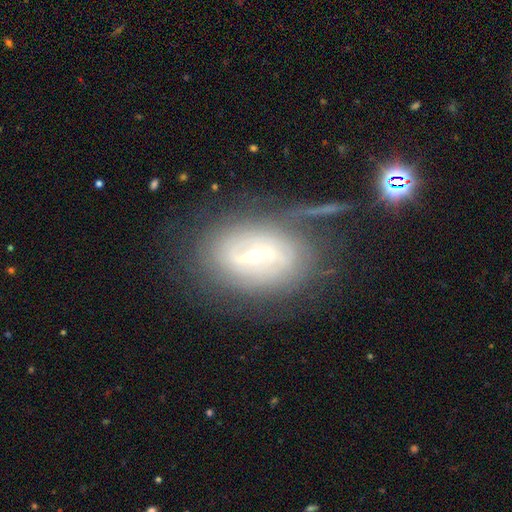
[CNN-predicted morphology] Smooth or featured? Predicted: featured or disk (p=0.77). Edge-on disk? Predicted: no (p=0.90). Bar? Predicted: strong (p=0.49). Spiral arms? Predicted: yes (p=0.72). Spiral winding? Predicted: tight (p=0.58). Spiral arm count? Predicted: can't tell (p=0.44). Bulge size? Predicted: small (p=0.52). Merging? Predicted: none (p=0.56).